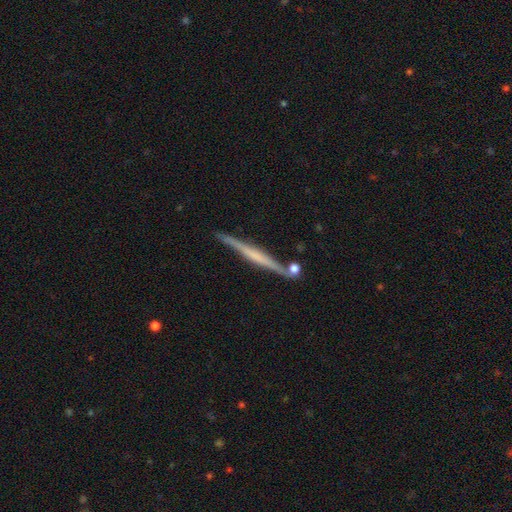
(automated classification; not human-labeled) Smooth or featured: featured or disk — 67% (smooth — 27%)
Edge-on disk: yes — 98% (no — 2%)
Edge-on bulge: none — 48% (rounded — 29%)
Merging: none — 82% (minor disturbance — 10%)